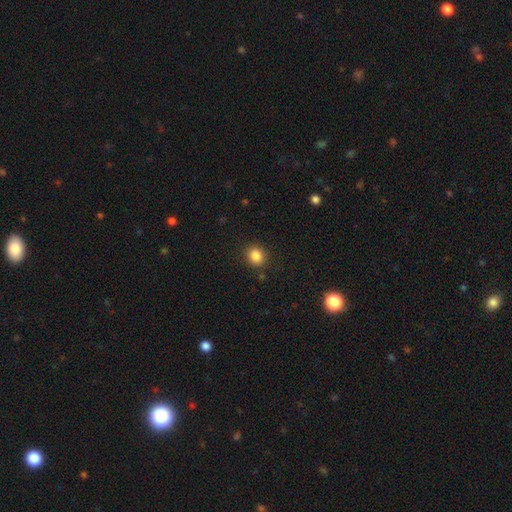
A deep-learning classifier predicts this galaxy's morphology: This is clearly a smooth galaxy (85%). How rounded: clearly round (81%). Merging: clearly none (88%).